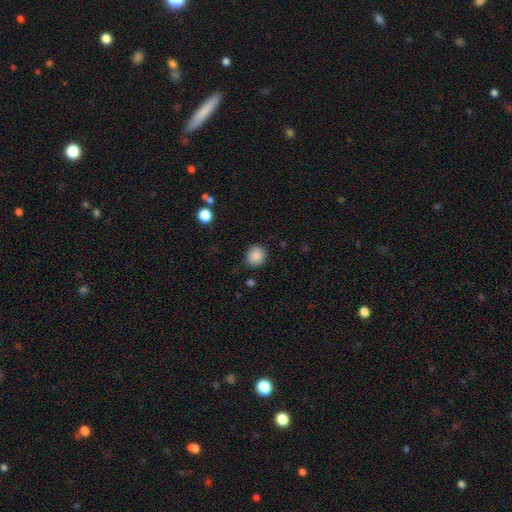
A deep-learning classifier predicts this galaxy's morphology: smooth-or-featured: smooth: 88% | star or artifact: 9% | featured or disk: 3%
  how-rounded: round: 81% | in between: 18% | cigar-shaped: 1%
  merging: none: 85% | minor disturbance: 10% | major disturbance: 3% | merger: 2%